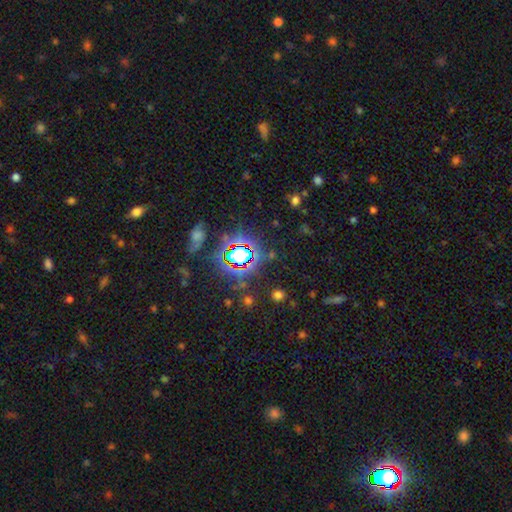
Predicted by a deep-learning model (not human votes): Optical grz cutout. It shows a star or artifact, not a galaxy (77%).